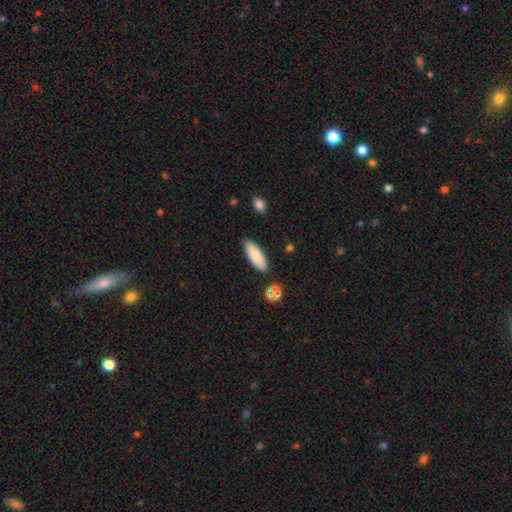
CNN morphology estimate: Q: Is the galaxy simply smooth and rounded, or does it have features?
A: smooth — 86%.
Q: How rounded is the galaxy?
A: in between — 65%.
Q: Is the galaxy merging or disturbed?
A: none — 87%.